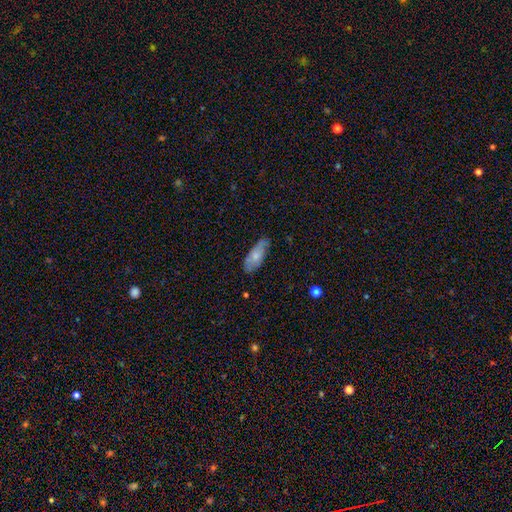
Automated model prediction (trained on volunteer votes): Morphology: type=smooth (62%); roundness=in between (80%); merging=none (68%).